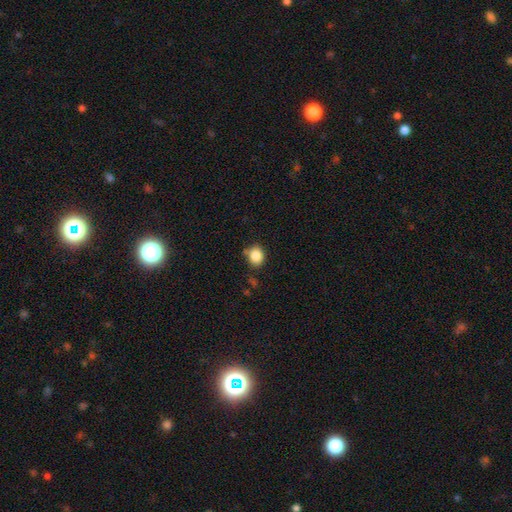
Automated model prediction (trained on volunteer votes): Smooth or featured?
  - smooth: 85% *
  - star or artifact: 10%
  - featured or disk: 5%
How rounded?
  - round: 61% *
  - in between: 38%
  - cigar-shaped: 1%
Merging?
  - none: 73% *
  - minor disturbance: 17%
  - merger: 6%
  - major disturbance: 4%